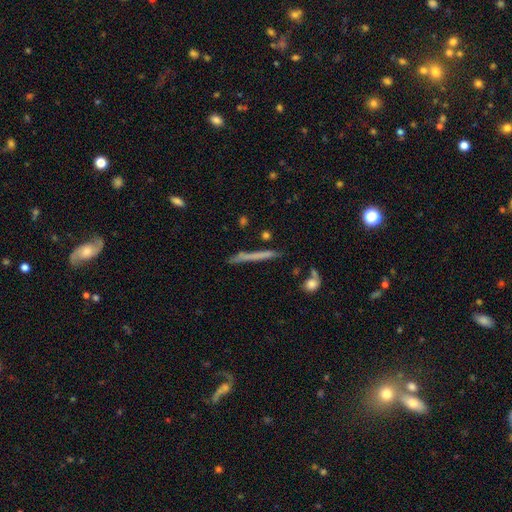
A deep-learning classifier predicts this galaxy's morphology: Smooth or featured: smooth — 54% (featured or disk — 38%)
How rounded: cigar-shaped — 95% (round — 3%)
Merging: none — 85% (minor disturbance — 10%)